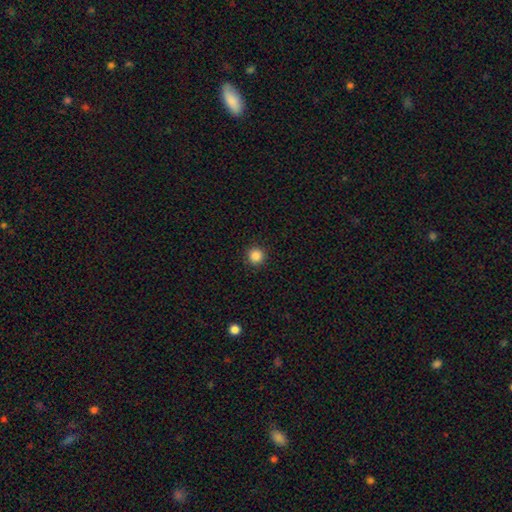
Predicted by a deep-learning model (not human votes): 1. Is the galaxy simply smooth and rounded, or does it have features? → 86% smooth, 11% star or artifact, 3% featured or disk.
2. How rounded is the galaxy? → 96% round, 4% in between, 1% cigar-shaped.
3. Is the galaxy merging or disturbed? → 92% none, 5% minor disturbance, 2% major disturbance, 1% merger.